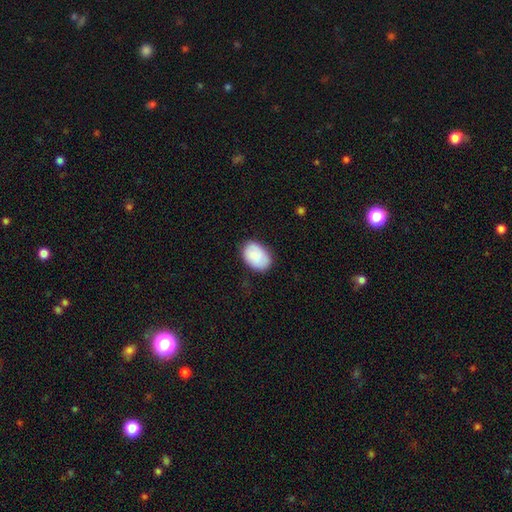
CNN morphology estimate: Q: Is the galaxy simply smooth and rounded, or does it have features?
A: smooth — 84%.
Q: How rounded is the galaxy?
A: in between — 85%.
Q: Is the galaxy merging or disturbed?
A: none — 78%.